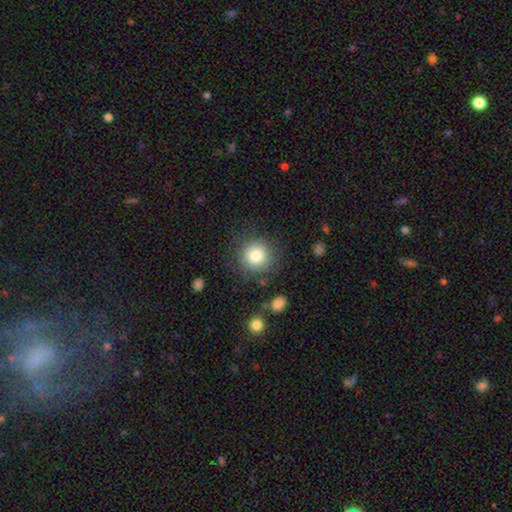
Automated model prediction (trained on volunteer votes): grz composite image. It shows a smooth galaxy with no disk features (82%) that is round (92%). Merging: none (82%).